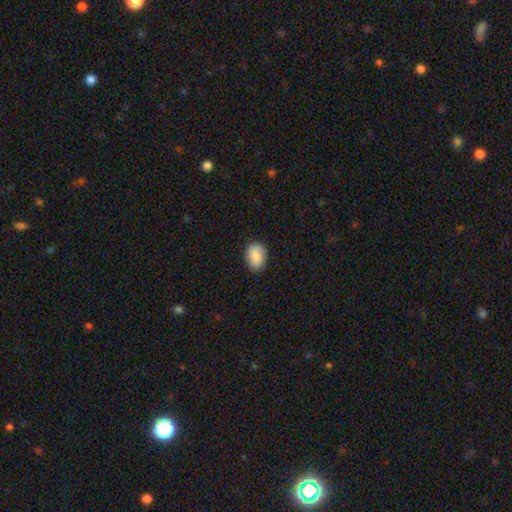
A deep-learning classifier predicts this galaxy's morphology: smooth 89%, star or artifact 7%, featured or disk 4%. Down the decision tree: how rounded — in between (77%); merging — none (87%).